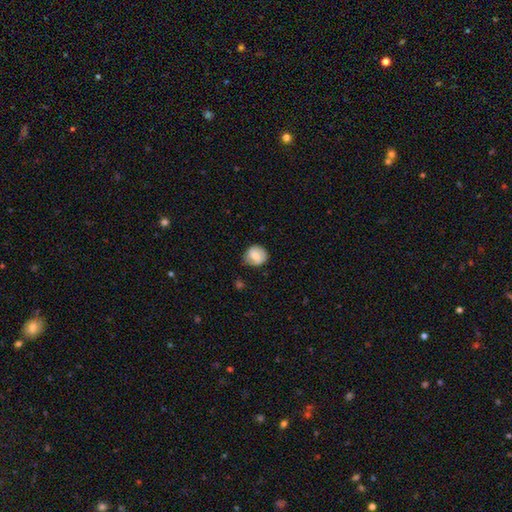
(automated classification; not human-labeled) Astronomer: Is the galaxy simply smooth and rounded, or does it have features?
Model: smooth — 59%.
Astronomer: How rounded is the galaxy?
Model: round — 78%.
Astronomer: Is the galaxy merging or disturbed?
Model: none — 72%.